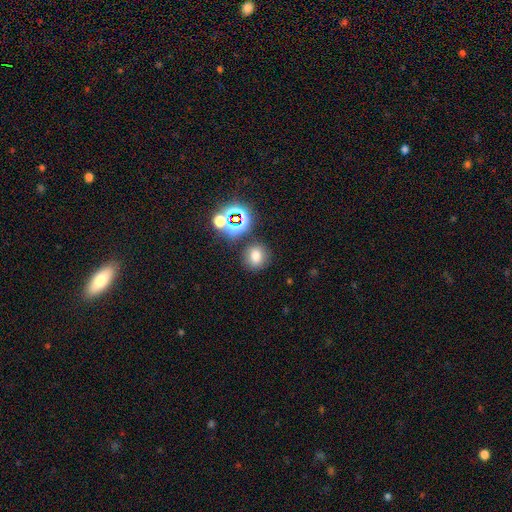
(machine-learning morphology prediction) A smooth galaxy with no disk features (70%) that is round (79%).

Vote fractions:
- Smooth or featured? smooth: 70% / star or artifact: 21% / featured or disk: 10%
- How rounded? round: 79% / in between: 20% / cigar-shaped: 1%
- Merging? none: 79% / minor disturbance: 9% / merger: 7% / major disturbance: 4%